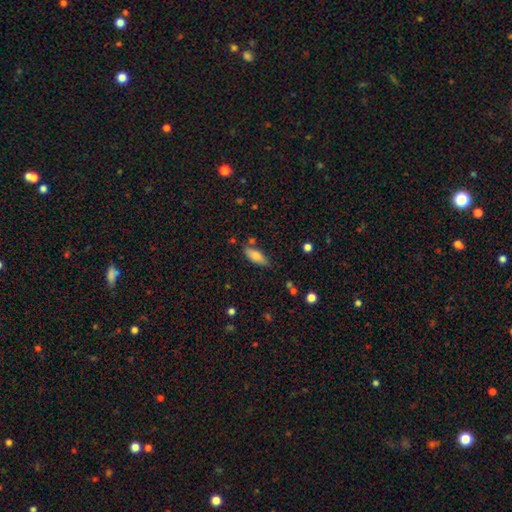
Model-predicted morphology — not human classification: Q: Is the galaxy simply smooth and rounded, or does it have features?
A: smooth — 78%.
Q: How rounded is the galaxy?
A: in between — 74%.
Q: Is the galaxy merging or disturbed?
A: none — 72%.